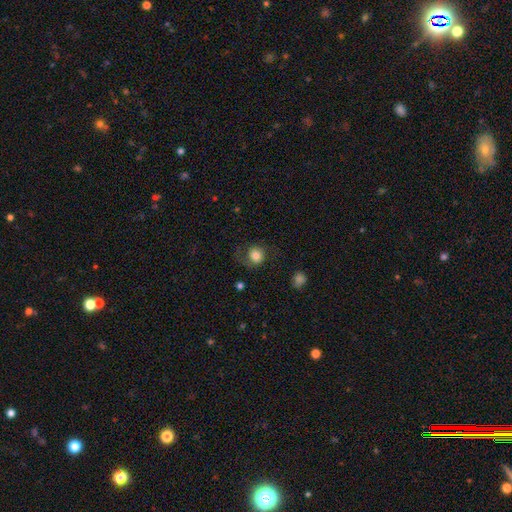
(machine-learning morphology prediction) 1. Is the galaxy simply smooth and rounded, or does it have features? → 77% smooth, 14% featured or disk, 9% star or artifact.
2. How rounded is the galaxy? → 84% round, 15% in between, 1% cigar-shaped.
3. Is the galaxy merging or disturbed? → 58% none, 20% minor disturbance, 20% major disturbance, 2% merger.